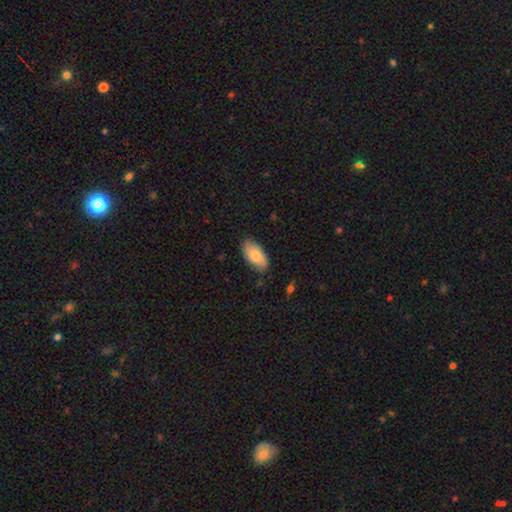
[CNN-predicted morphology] A smooth galaxy with no disk features (78%) that is in between round and cigar-shaped (94%).

Vote fractions:
- Smooth or featured? smooth: 78% / featured or disk: 16% / star or artifact: 6%
- How rounded? in between: 94% / cigar-shaped: 4% / round: 2%
- Merging? none: 79% / minor disturbance: 17% / major disturbance: 3% / merger: 1%